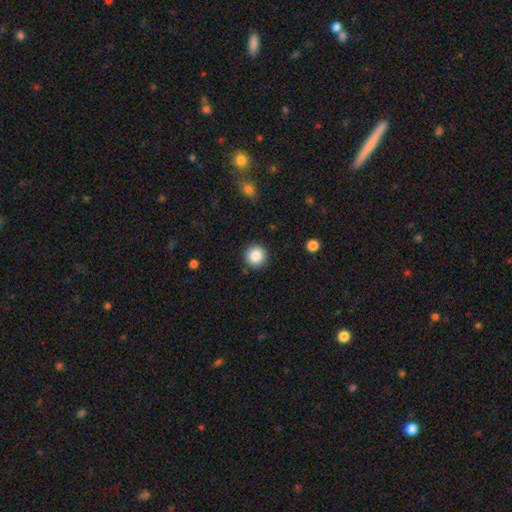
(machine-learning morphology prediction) This is clearly a smooth galaxy (86%). How rounded: clearly round (95%). Merging: clearly none (90%).